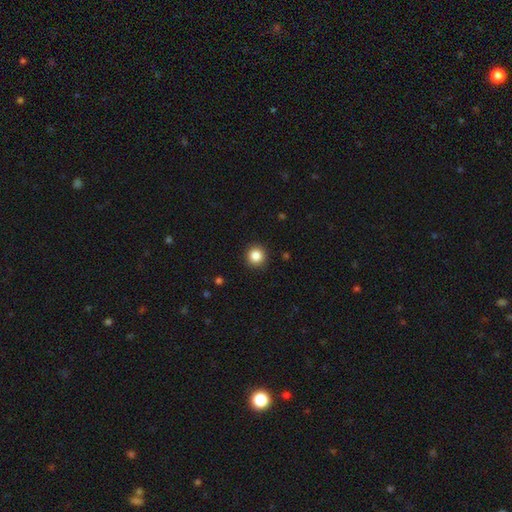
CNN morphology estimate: Smooth or featured: smooth — 85% (star or artifact — 11%)
How rounded: round — 95% (in between — 5%)
Merging: none — 92% (minor disturbance — 5%)